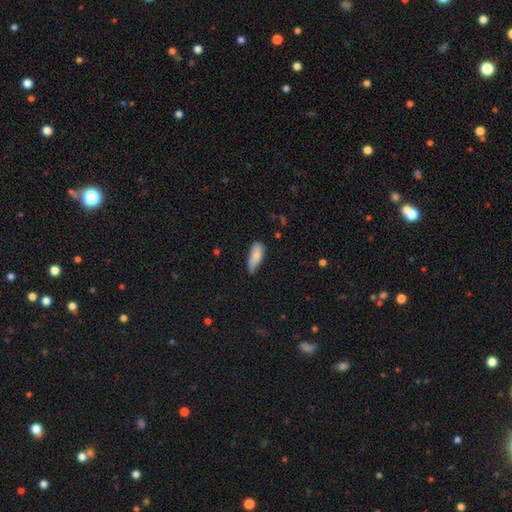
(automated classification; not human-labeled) This appears to be a smooth galaxy with no disk features (81%) that is in between round and cigar-shaped (67%). Merging: none (46%).